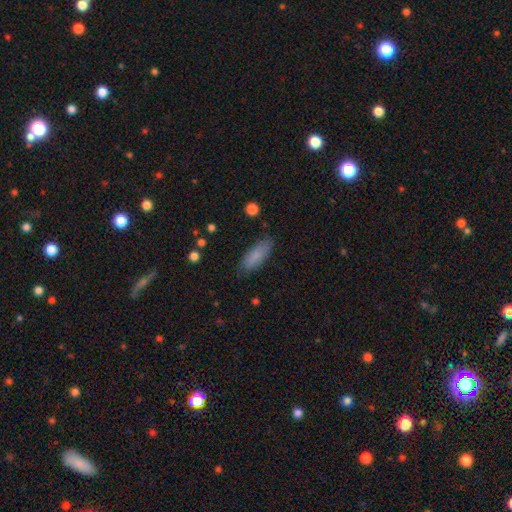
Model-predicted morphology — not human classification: smooth_or_featured: smooth (p=0.83) [alt: featured or disk p=0.11]
how_rounded: in between (p=0.68) [alt: cigar-shaped p=0.30]
merging: none (p=0.81) [alt: minor disturbance p=0.14]